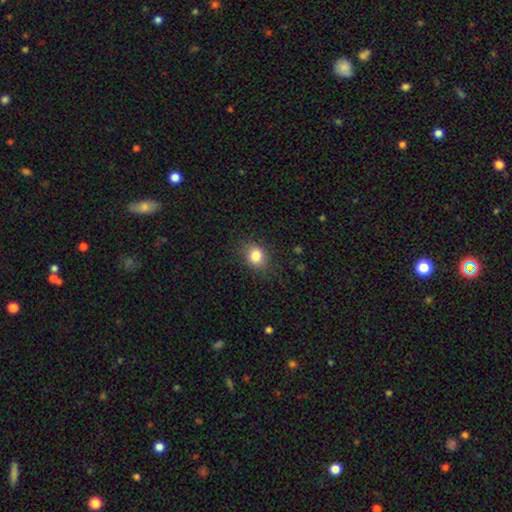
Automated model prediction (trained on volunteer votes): Smooth or featured: smooth — 82% (star or artifact — 11%)
How rounded: round — 59% (in between — 40%)
Merging: none — 80% (minor disturbance — 15%)